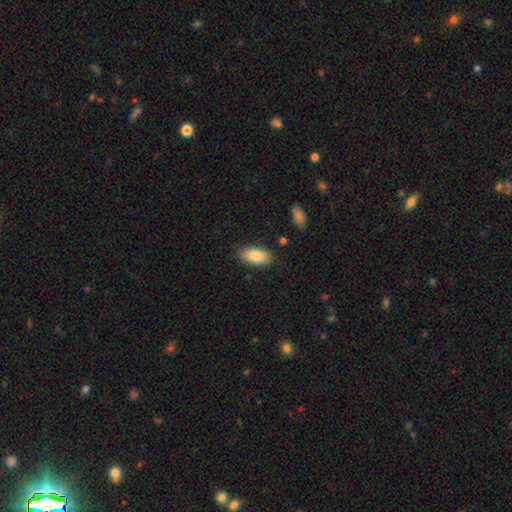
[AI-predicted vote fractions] Q: Smooth or featured?
A: smooth (85%); runner-up: featured or disk (8%)
Q: How rounded?
A: in between (91%); runner-up: cigar-shaped (6%)
Q: Merging?
A: none (84%); runner-up: minor disturbance (11%)